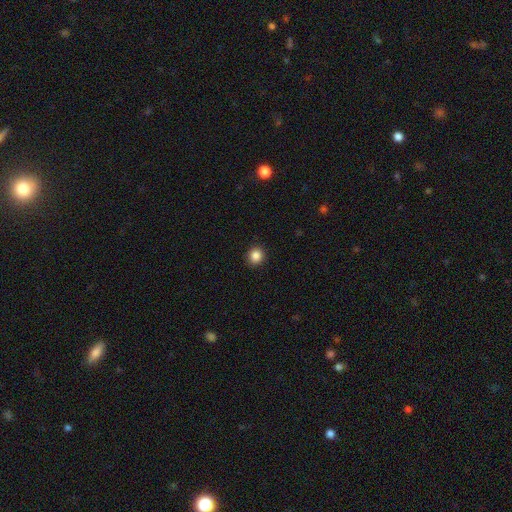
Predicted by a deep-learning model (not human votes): Smooth or featured? smooth (86%)
How rounded? round (87%)
Merging? none (92%)